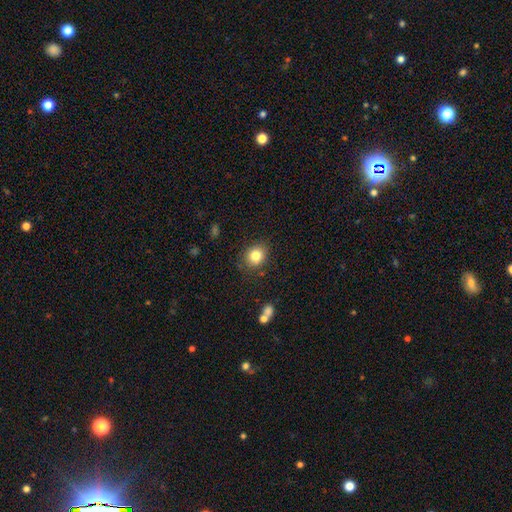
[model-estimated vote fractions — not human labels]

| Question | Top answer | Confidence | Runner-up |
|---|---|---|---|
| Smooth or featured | smooth | 82% | star or artifact (11%) |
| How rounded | round | 67% | in between (32%) |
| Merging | none | 82% | minor disturbance (12%) |